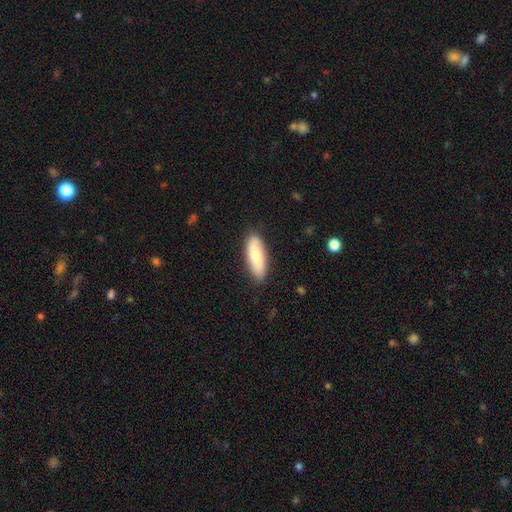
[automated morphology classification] This is likely a smooth galaxy (69%). How rounded: possibly in between (56%). Merging: clearly none (85%).